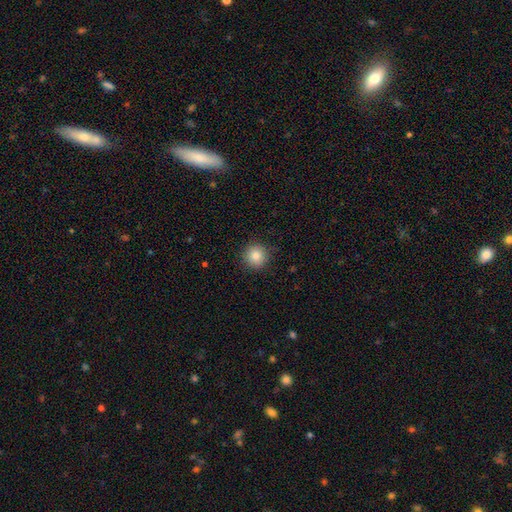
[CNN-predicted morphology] This appears to be a smooth galaxy with no disk features (84%) that is round (95%). Merging: none (89%).